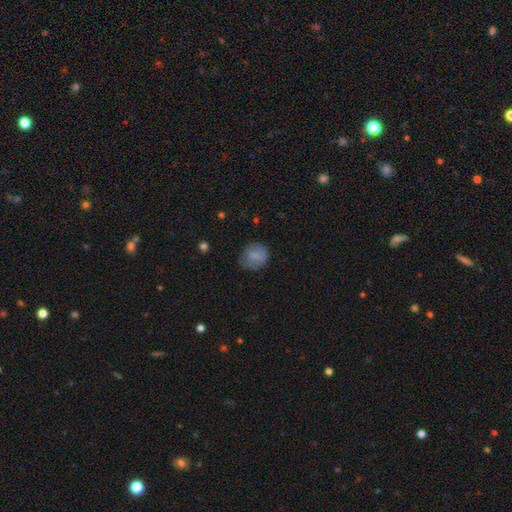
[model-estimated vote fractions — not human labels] Smooth or featured? smooth (76%)
How rounded? round (76%)
Merging? none (69%)